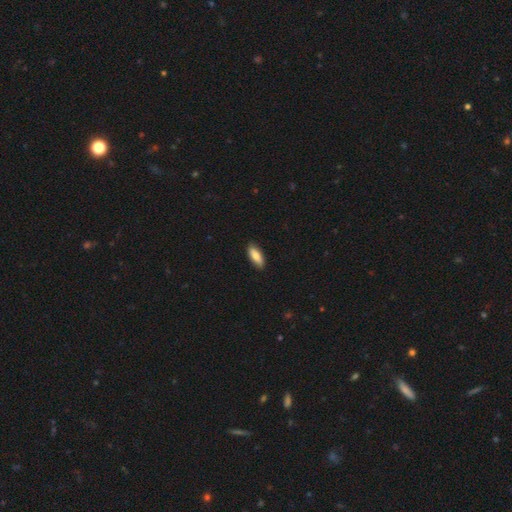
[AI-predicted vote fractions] smooth_or_featured: smooth (p=0.81) [alt: featured or disk p=0.13]
how_rounded: in between (p=0.70) [alt: cigar-shaped p=0.28]
merging: none (p=0.88) [alt: minor disturbance p=0.09]